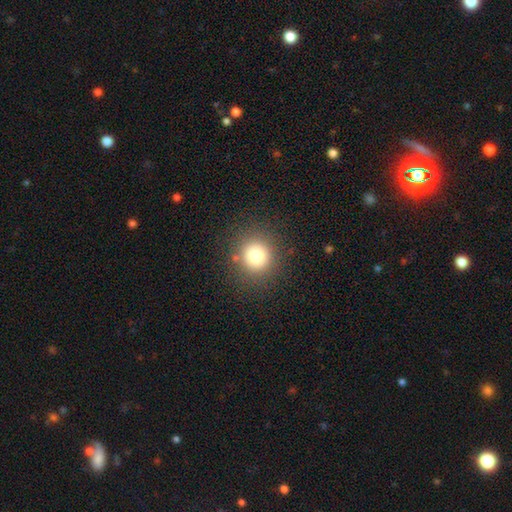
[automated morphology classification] A smooth galaxy with no disk features (79%) that is round (91%). Merging: none (86%).